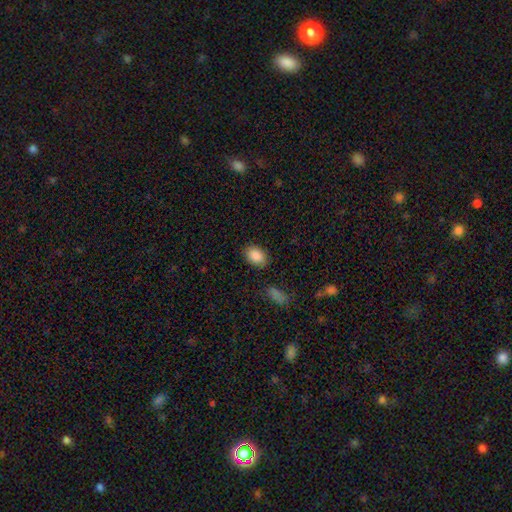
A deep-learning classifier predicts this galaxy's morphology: smooth_or_featured: smooth (p=0.88) [alt: star or artifact p=0.07]
how_rounded: in between (p=0.81) [alt: round p=0.18]
merging: none (p=0.84) [alt: minor disturbance p=0.11]